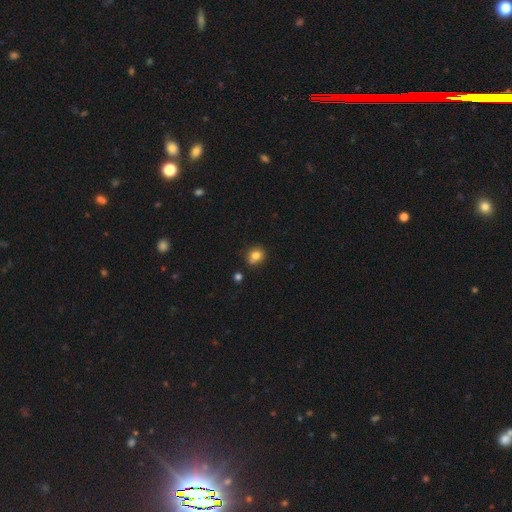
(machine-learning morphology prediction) The model was most divided on "merging": none: 63%, minor disturbance: 17%, merger: 15%, major disturbance: 4%. More confident: smooth or featured — smooth (79%); how rounded — round (75%).